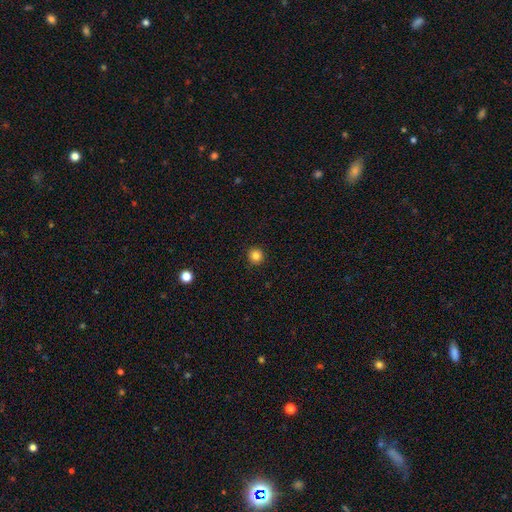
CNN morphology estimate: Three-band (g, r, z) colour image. It shows a smooth galaxy with no disk features (85%) that is round (94%). Merging: none (92%).